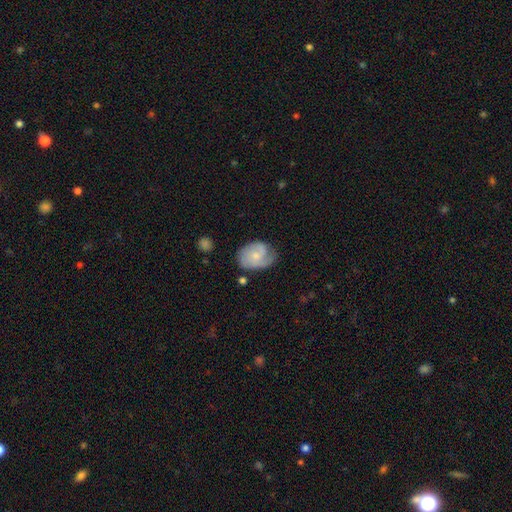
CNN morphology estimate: smooth-or-featured: featured or disk: 54% | smooth: 40% | star or artifact: 7%
  disk-edge-on: no: 97% | yes: 3%
    bar: no: 73% | weak: 24% | strong: 3%
    has-spiral-arms: yes: 85% | no: 15%
    bulge-size: small: 58% | moderate: 33% | none: 6% | large: 2% | dominant: 1%
  merging: none: 51% | minor disturbance: 31% | major disturbance: 14% | merger: 3%